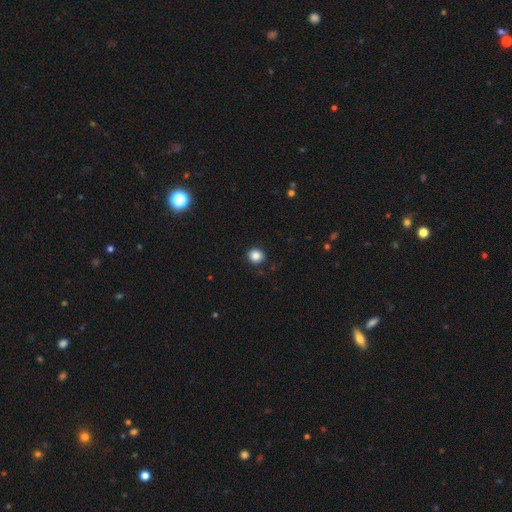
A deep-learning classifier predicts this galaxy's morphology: smooth-or-featured: smooth: 86% | star or artifact: 10% | featured or disk: 4%
  how-rounded: round: 86% | in between: 13% | cigar-shaped: 1%
  merging: none: 90% | minor disturbance: 7% | major disturbance: 2% | merger: 1%